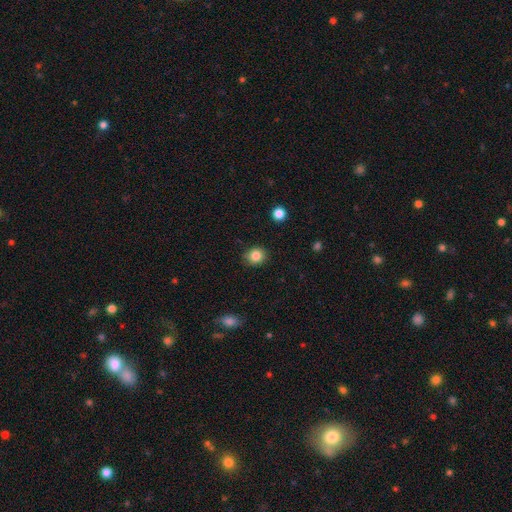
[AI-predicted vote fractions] This appears to be a smooth galaxy with no disk features (85%) that is round (76%). Merging: none (87%).